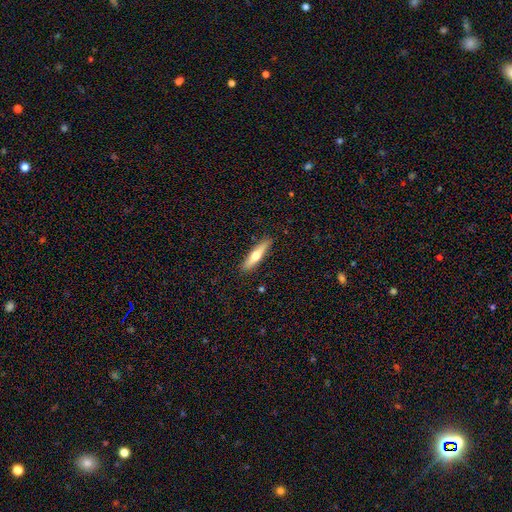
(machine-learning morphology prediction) Smooth or featured?
  - smooth: 55% *
  - featured or disk: 39%
  - star or artifact: 6%
How rounded?
  - cigar-shaped: 79% *
  - in between: 20%
  - round: 2%
Merging?
  - none: 89% *
  - minor disturbance: 8%
  - major disturbance: 2%
  - merger: 1%